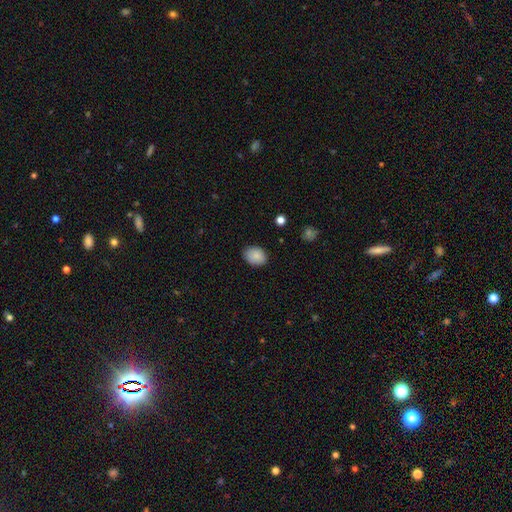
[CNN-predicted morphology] Overall: smooth (87%). How rounded: in between (69%; round 30%). Merging: none (82%).